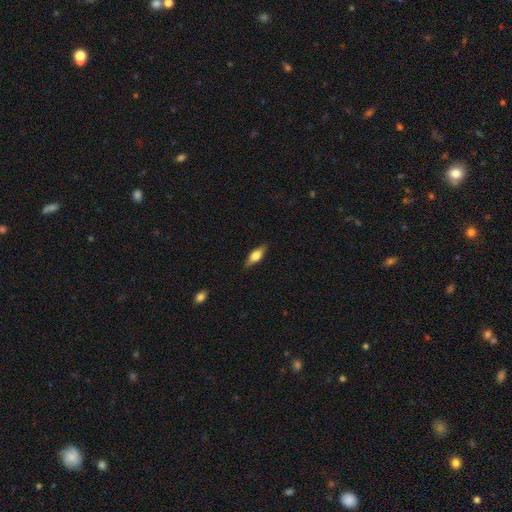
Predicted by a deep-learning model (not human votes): smooth 50%, featured or disk 43%, star or artifact 7%. Down the decision tree: how rounded — in between (62%); merging — none (84%).